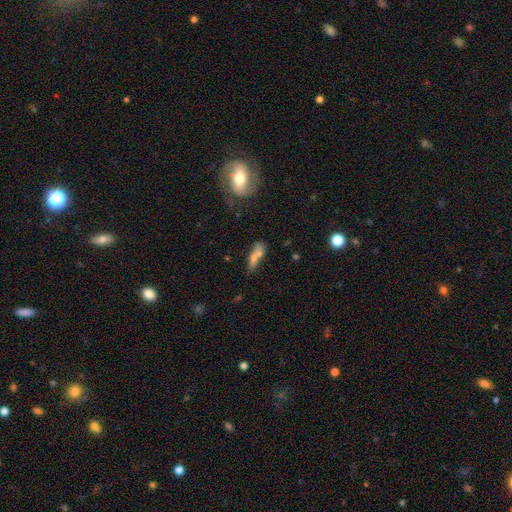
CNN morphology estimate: smooth 65%, featured or disk 24%, star or artifact 11%. Down the decision tree: how rounded — cigar-shaped (51%); merging — merger (40%).